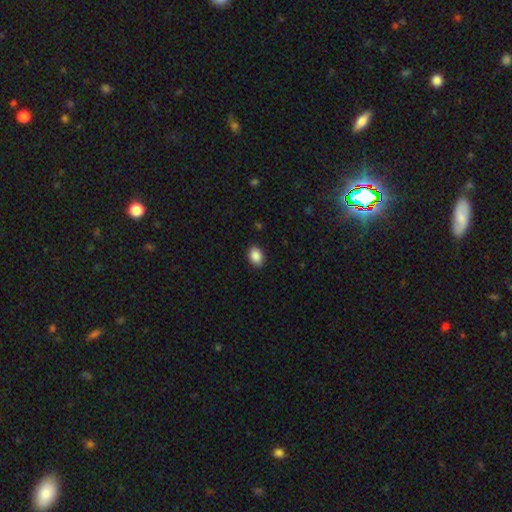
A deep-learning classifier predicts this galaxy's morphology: Smooth or featured: smooth — 89% (star or artifact — 8%)
How rounded: in between — 75% (round — 24%)
Merging: none — 89% (minor disturbance — 8%)